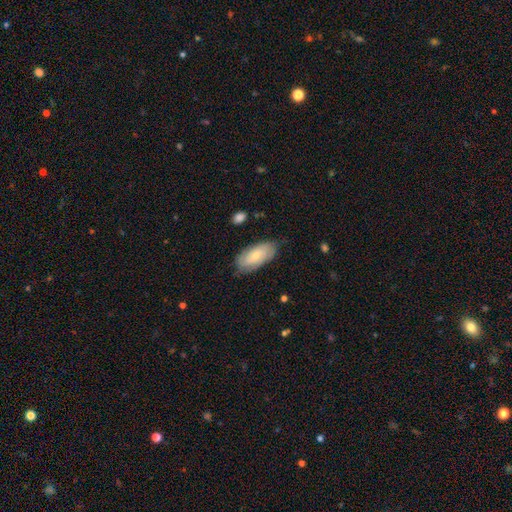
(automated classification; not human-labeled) A smooth galaxy with no disk features (52%) that is in between round and cigar-shaped (90%).

Vote fractions:
- Smooth or featured? smooth: 52% / featured or disk: 41% / star or artifact: 6%
- How rounded? in between: 90% / cigar-shaped: 8% / round: 3%
- Merging? none: 75% / minor disturbance: 19% / major disturbance: 4% / merger: 1%